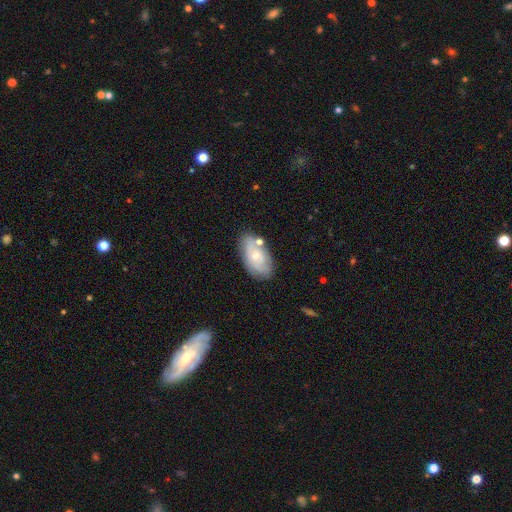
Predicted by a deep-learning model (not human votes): Morphology: type=smooth (49%); merging=none (63%).